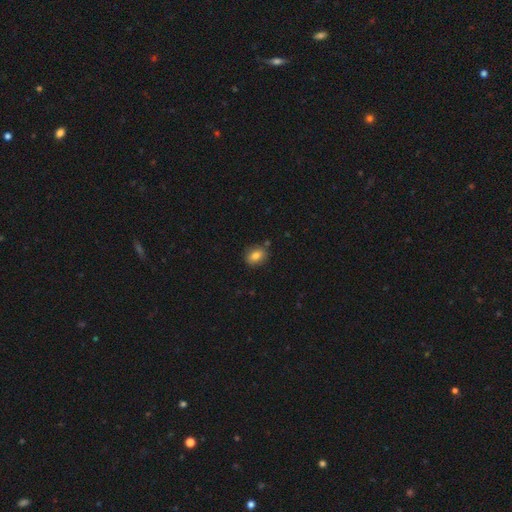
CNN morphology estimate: smooth-or-featured: smooth: 79% | star or artifact: 10% | featured or disk: 10%
  how-rounded: round: 54% | in between: 45% | cigar-shaped: 1%
  merging: none: 82% | minor disturbance: 12% | merger: 4% | major disturbance: 2%